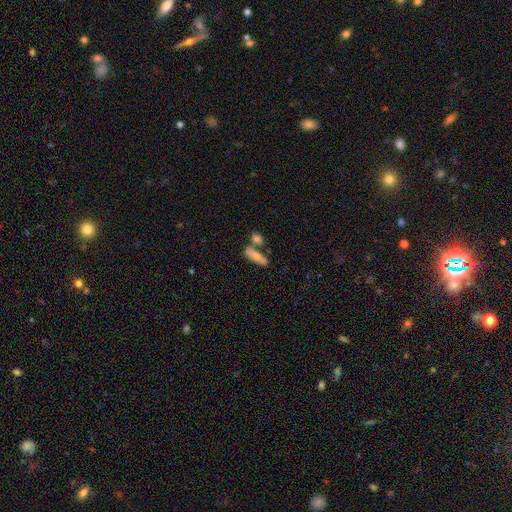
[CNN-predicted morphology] Smooth or featured?
  - smooth: 65% *
  - featured or disk: 27%
  - star or artifact: 8%
How rounded?
  - cigar-shaped: 49% *
  - in between: 47%
  - round: 4%
Merging?
  - none: 54% *
  - merger: 28%
  - minor disturbance: 13%
  - major disturbance: 5%